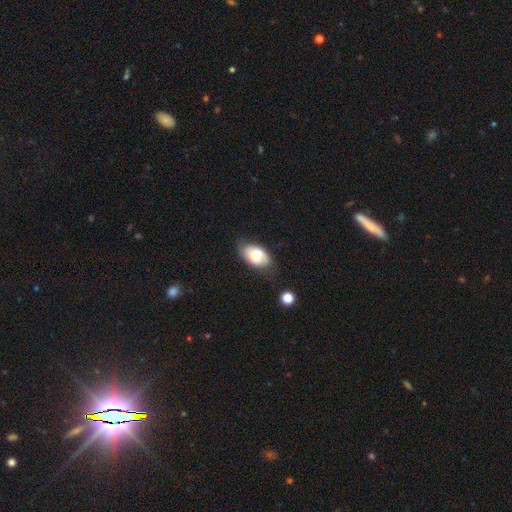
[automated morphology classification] Q: Smooth or featured?
A: smooth (64%); runner-up: featured or disk (29%)
Q: How rounded?
A: in between (91%); runner-up: round (8%)
Q: Merging?
A: none (69%); runner-up: minor disturbance (24%)